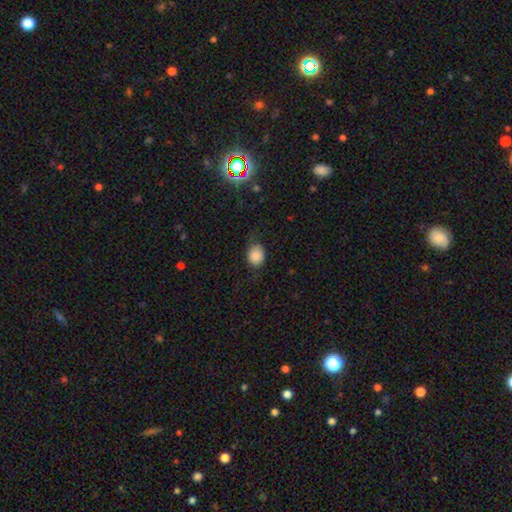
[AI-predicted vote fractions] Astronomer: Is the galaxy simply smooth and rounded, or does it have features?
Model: smooth — 83%.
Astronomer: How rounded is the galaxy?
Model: round — 50% (runner-up: in between, 49%).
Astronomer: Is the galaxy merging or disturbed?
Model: none — 61%.